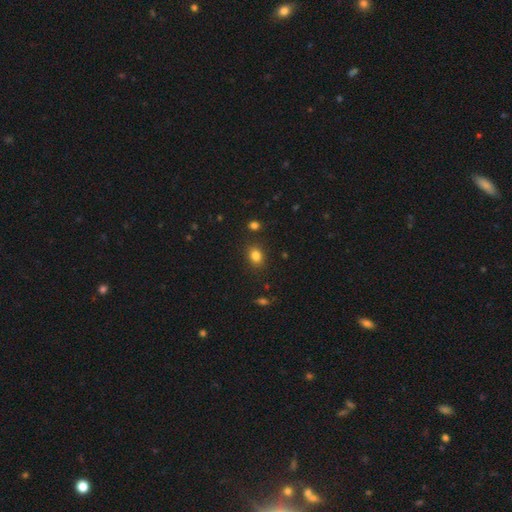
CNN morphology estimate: smooth 83%, star or artifact 12%, featured or disk 5%. Down the decision tree: how rounded — in between (57%); merging — none (85%).